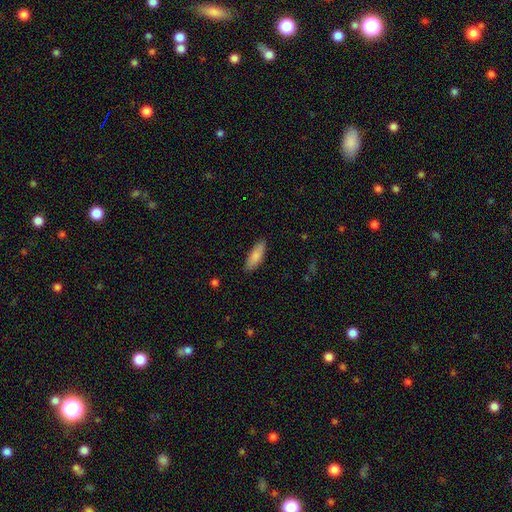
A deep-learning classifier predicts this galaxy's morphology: Smooth or featured? smooth (84%)
How rounded? in between (62%)
Merging? none (87%)